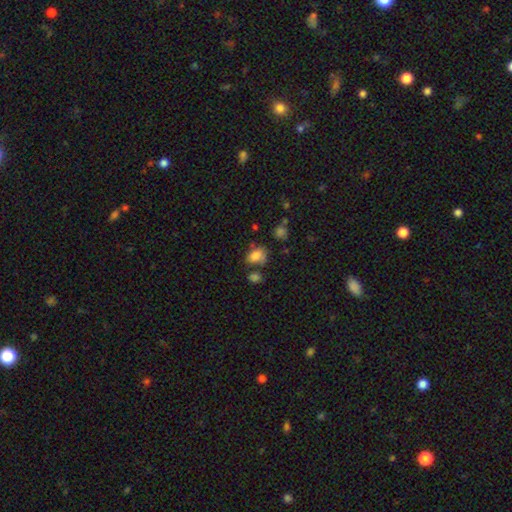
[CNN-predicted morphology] A smooth galaxy with no disk features (80%) that is in between round and cigar-shaped (74%).

Vote fractions:
- Smooth or featured? smooth: 80% / star or artifact: 11% / featured or disk: 9%
- How rounded? in between: 74% / round: 25% / cigar-shaped: 1%
- Merging? none: 50% / minor disturbance: 23% / merger: 17% / major disturbance: 10%